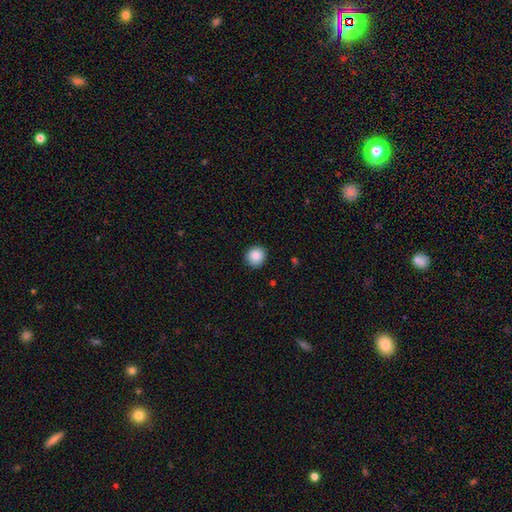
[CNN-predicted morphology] A smooth galaxy with no disk features (87%) that is round (91%). Merging: none (90%).